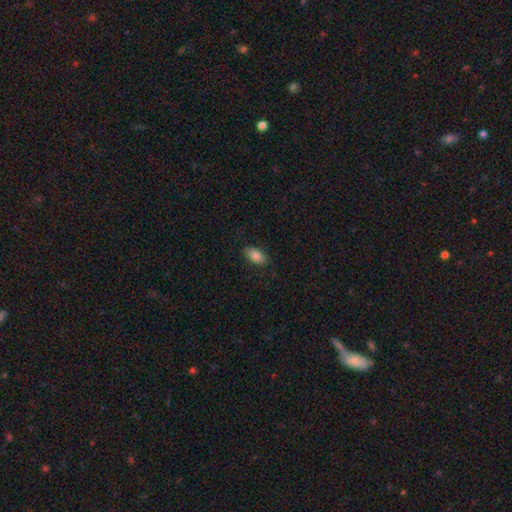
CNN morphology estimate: Smooth or featured? smooth (85%)
How rounded? in between (90%)
Merging? none (82%)